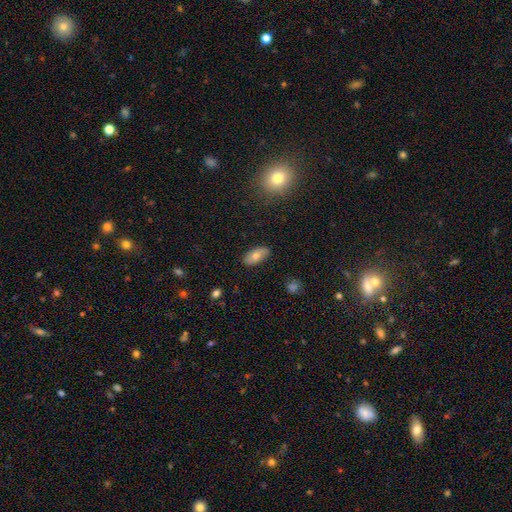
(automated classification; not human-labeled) A smooth galaxy with no disk features (72%) that is in between round and cigar-shaped (87%). Merging: none (85%).